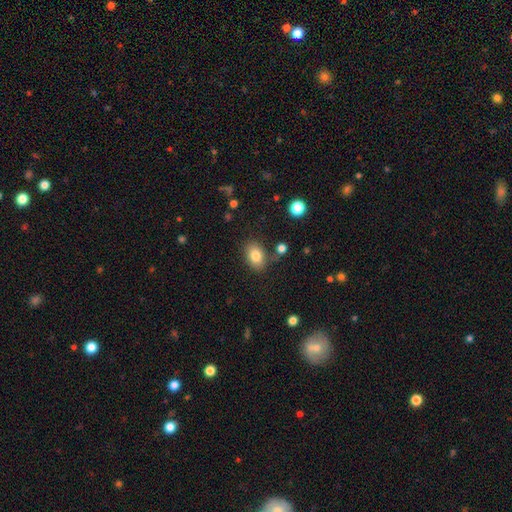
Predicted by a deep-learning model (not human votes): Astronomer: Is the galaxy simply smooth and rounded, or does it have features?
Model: smooth — 82%.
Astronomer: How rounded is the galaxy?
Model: in between — 80%.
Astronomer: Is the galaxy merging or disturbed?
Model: none — 77%.